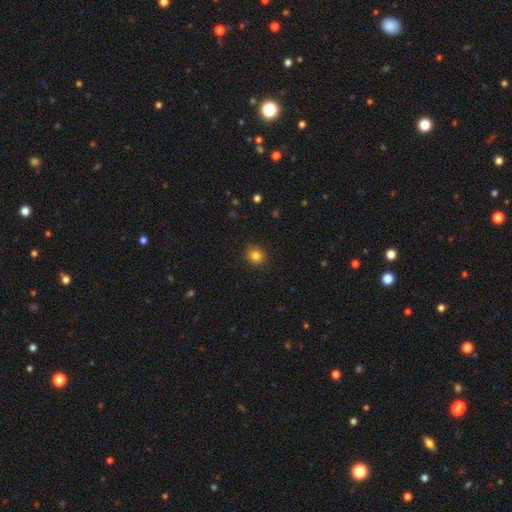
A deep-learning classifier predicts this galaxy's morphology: This appears to be a smooth galaxy with no disk features (83%) that is round (84%). Merging: none (88%).